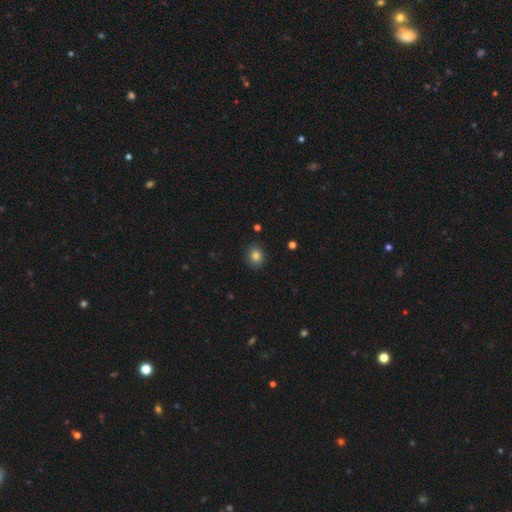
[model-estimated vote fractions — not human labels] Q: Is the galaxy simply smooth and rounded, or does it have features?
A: smooth — 84%.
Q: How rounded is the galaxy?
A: round — 70%.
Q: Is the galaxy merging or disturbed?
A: none — 87%.